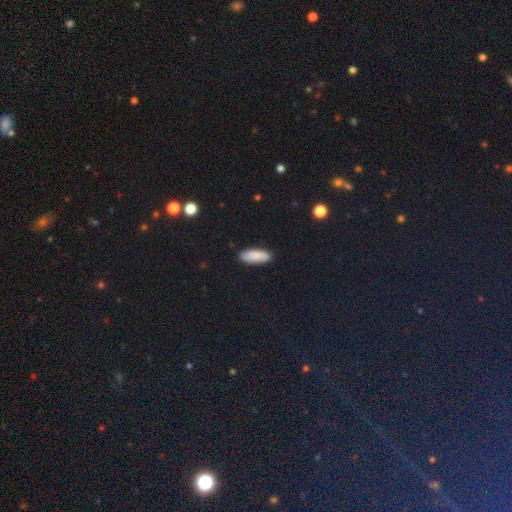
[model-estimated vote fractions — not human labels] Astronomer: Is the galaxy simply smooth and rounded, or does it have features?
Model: smooth — 84%.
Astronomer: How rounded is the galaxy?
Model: in between — 68%.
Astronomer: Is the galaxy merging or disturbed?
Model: none — 86%.